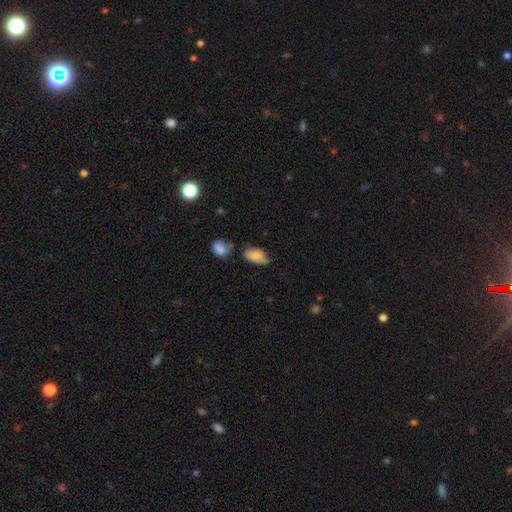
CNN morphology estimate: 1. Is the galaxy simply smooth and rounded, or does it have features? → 77% smooth, 16% featured or disk, 8% star or artifact.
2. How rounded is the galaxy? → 92% in between, 5% round, 3% cigar-shaped.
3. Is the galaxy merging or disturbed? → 48% none, 34% minor disturbance, 9% merger, 9% major disturbance.